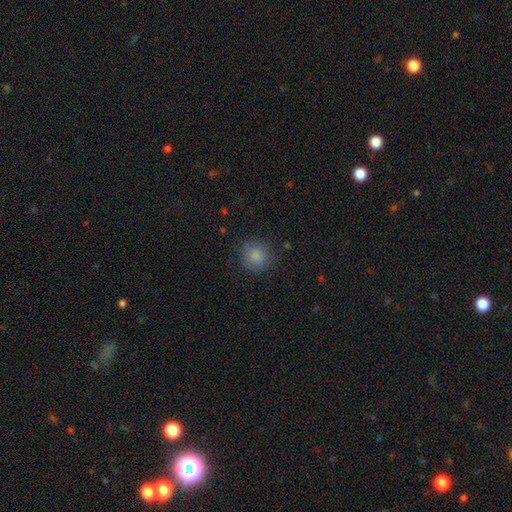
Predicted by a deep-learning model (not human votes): Overall: smooth (84%). How rounded: round (90%). Merging: none (79%).